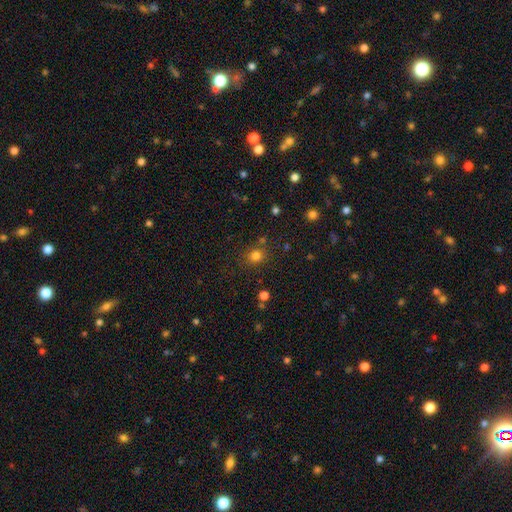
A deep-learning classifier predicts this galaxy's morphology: A smooth galaxy with no disk features (79%) that is round (79%).

Vote fractions:
- Smooth or featured? smooth: 79% / star or artifact: 15% / featured or disk: 6%
- How rounded? round: 79% / in between: 20% / cigar-shaped: 1%
- Merging? none: 79% / minor disturbance: 11% / merger: 6% / major disturbance: 4%